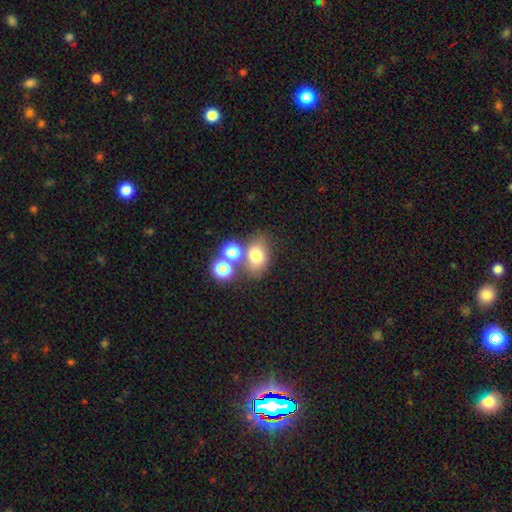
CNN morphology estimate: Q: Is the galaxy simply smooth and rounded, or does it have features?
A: smooth — 72%.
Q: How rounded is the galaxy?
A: in between — 56%.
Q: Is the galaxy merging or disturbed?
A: none — 56%.